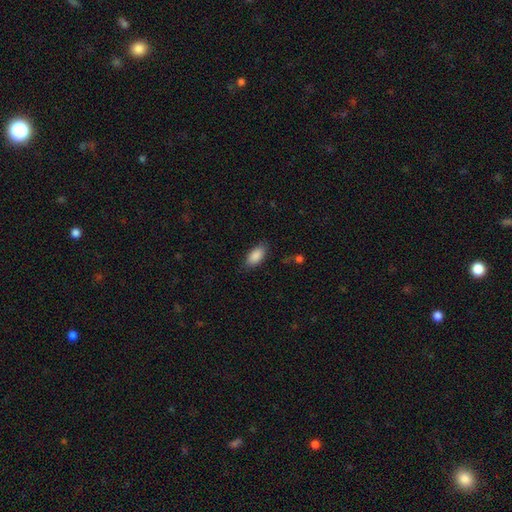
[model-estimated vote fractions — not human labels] This appears to be a smooth galaxy with no disk features (89%) that is in between round and cigar-shaped (91%). Merging: none (82%).